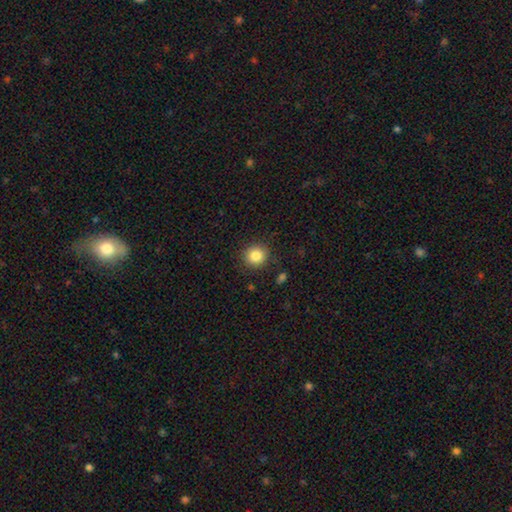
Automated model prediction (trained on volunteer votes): Morphology: type=smooth (84%); roundness=round (90%); merging=none (89%).